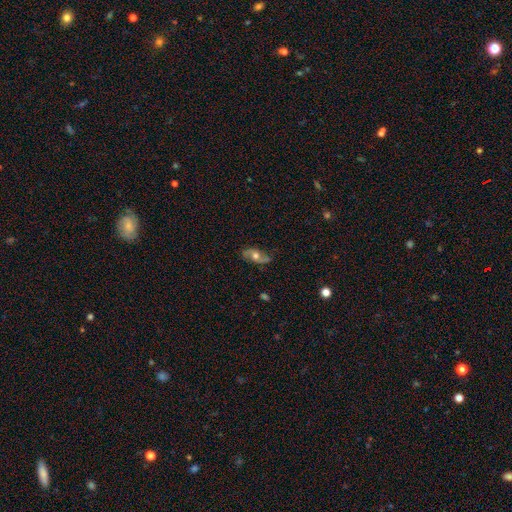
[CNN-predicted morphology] smooth-or-featured: featured or disk: 67% | smooth: 25% | star or artifact: 8%
  disk-edge-on: no: 88% | yes: 12%
    bar: no: 70% | weak: 24% | strong: 6%
    has-spiral-arms: yes: 85% | no: 15%
      spiral-winding: loose: 57% | medium: 32% | tight: 11%
      spiral-arm-count: 2: 89% | can't tell: 5% | 1: 3% | 3: 1% | 4: 1% | more than 4: 1%
    bulge-size: moderate: 70% | large: 15% | small: 12% | none: 2% | dominant: 1%
  merging: none: 76% | minor disturbance: 17% | major disturbance: 5% | merger: 1%